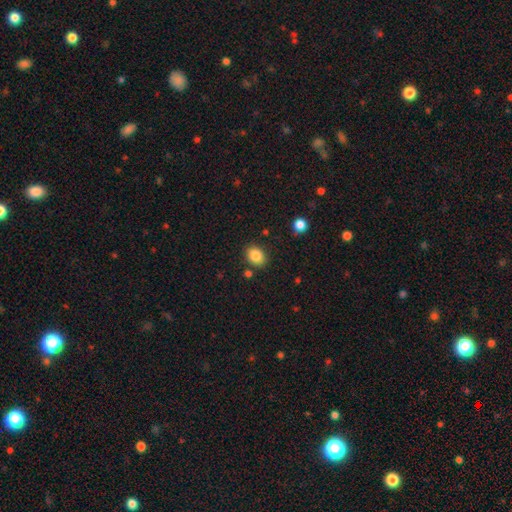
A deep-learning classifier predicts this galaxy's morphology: Smooth or featured? Predicted: smooth (p=0.85). How rounded? Predicted: in between (p=0.59). Merging? Predicted: none (p=0.83).